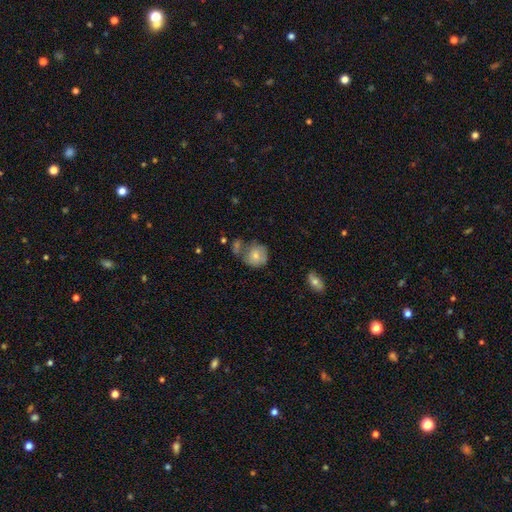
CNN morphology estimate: Smooth or featured? smooth (73%)
How rounded? round (81%)
Merging? none (51%)